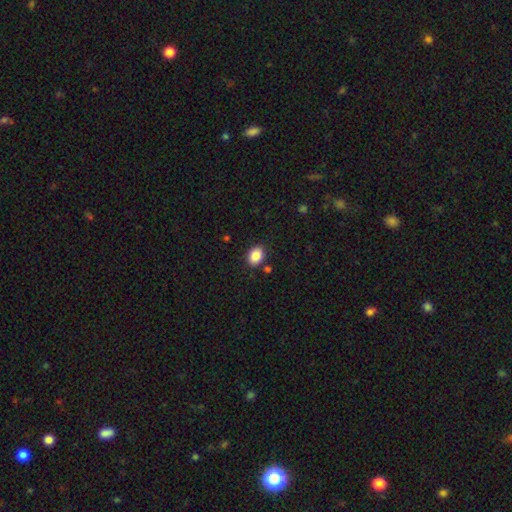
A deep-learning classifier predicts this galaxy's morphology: Smooth or featured? smooth (87%)
How rounded? in between (65%)
Merging? none (85%)